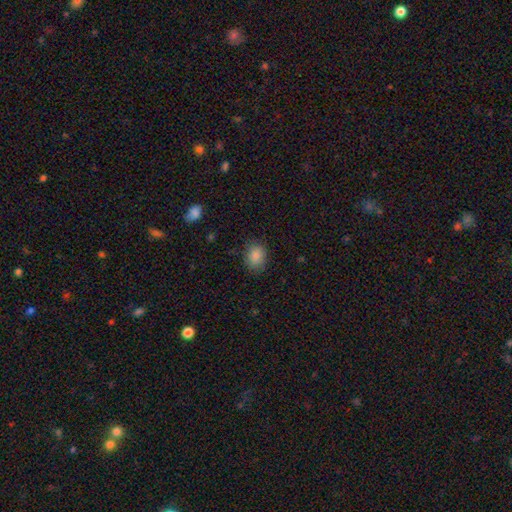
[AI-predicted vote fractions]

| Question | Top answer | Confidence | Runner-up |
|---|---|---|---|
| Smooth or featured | smooth | 87% | star or artifact (9%) |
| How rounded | in between | 56% | round (43%) |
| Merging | none | 81% | minor disturbance (14%) |